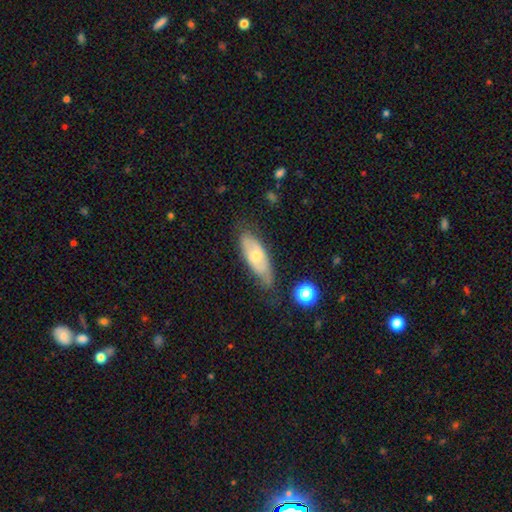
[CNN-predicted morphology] smooth 51%, featured or disk 43%, star or artifact 7%. Down the decision tree: how rounded — in between (70%); merging — none (62%).